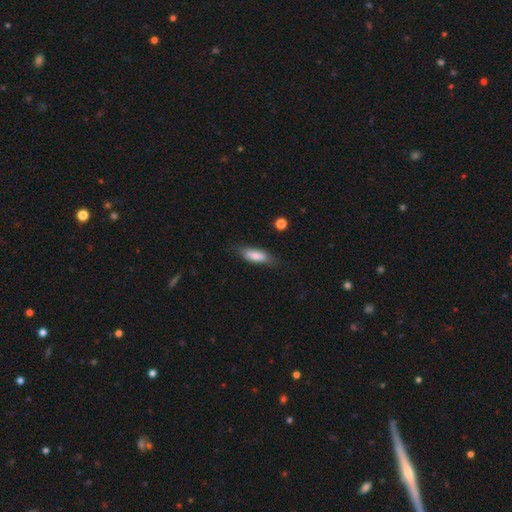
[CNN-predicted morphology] smooth-or-featured: smooth: 72% | featured or disk: 21% | star or artifact: 7%
  how-rounded: in between: 56% | cigar-shaped: 41% | round: 2%
  merging: none: 73% | minor disturbance: 20% | major disturbance: 5% | merger: 2%